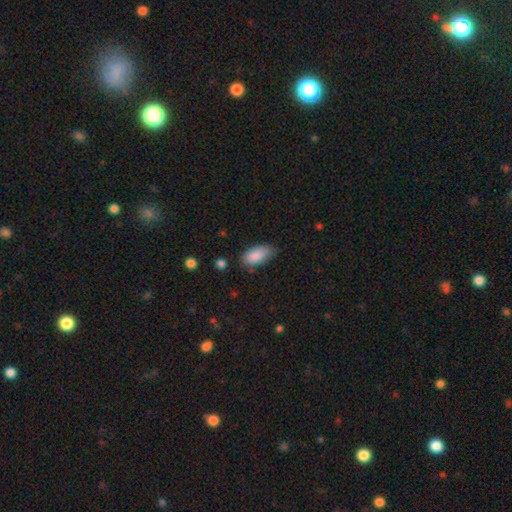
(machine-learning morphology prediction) The model was most divided on "merging": none: 61%, minor disturbance: 32%, major disturbance: 6%, merger: 2%. More confident: how rounded — in between (92%); smooth or featured — smooth (88%).